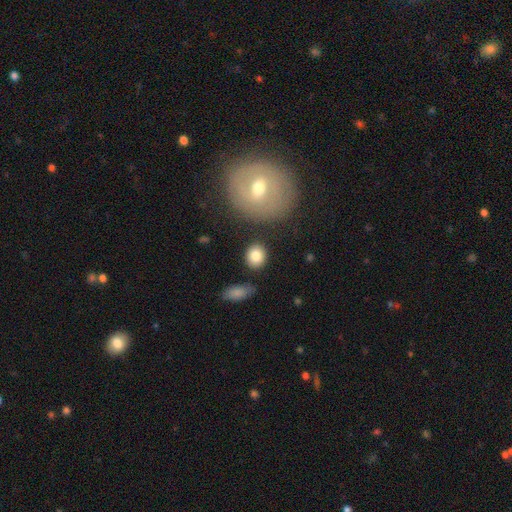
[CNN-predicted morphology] Q: Smooth or featured?
A: smooth (84%); runner-up: featured or disk (9%)
Q: How rounded?
A: round (67%); runner-up: in between (31%)
Q: Merging?
A: none (84%); runner-up: minor disturbance (8%)